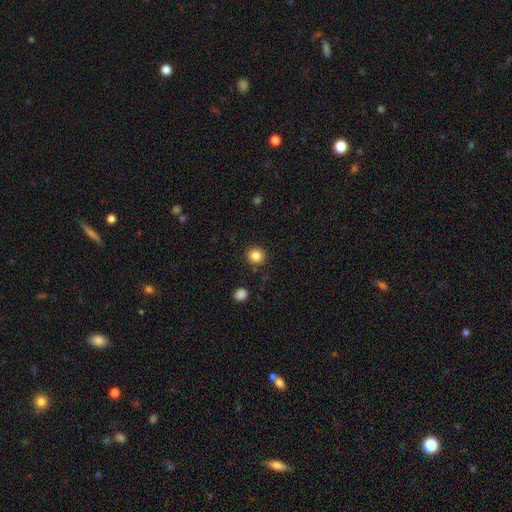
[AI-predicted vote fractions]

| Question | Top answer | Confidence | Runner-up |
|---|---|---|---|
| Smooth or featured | smooth | 84% | star or artifact (11%) |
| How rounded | round | 93% | in between (6%) |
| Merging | none | 90% | minor disturbance (6%) |